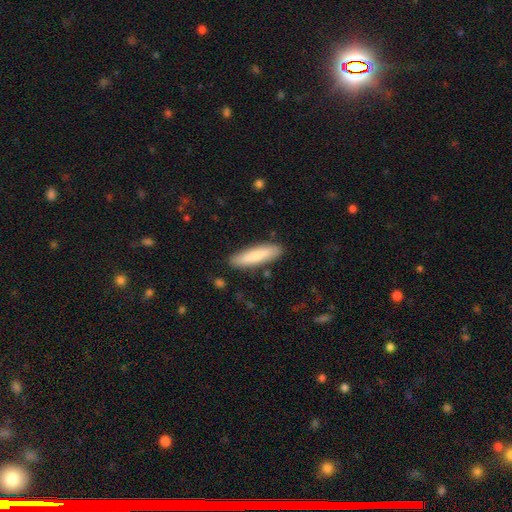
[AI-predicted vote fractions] Smooth or featured: smooth — 79% (featured or disk — 16%)
How rounded: cigar-shaped — 73% (in between — 26%)
Merging: none — 87% (minor disturbance — 9%)